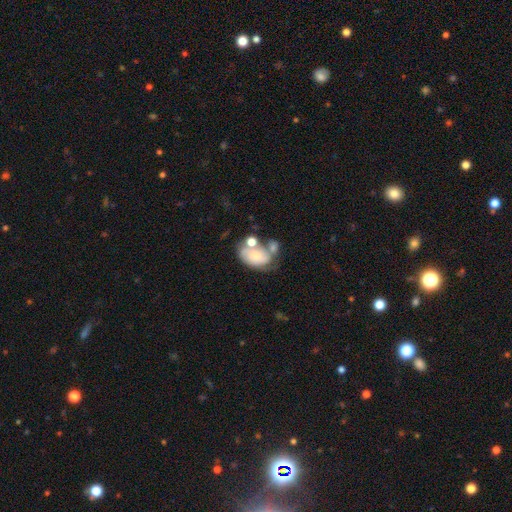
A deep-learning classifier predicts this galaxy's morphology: smooth_or_featured: smooth (p=0.55) [alt: featured or disk p=0.36]
how_rounded: in between (p=0.84) [alt: round p=0.15]
merging: merger (p=0.34) [alt: none p=0.25]